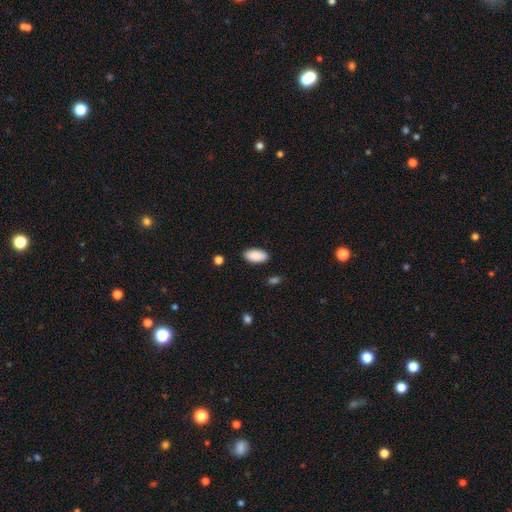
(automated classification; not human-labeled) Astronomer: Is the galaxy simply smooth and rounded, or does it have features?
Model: smooth — 90%.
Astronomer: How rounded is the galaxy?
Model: in between — 94%.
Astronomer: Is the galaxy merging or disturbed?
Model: none — 88%.